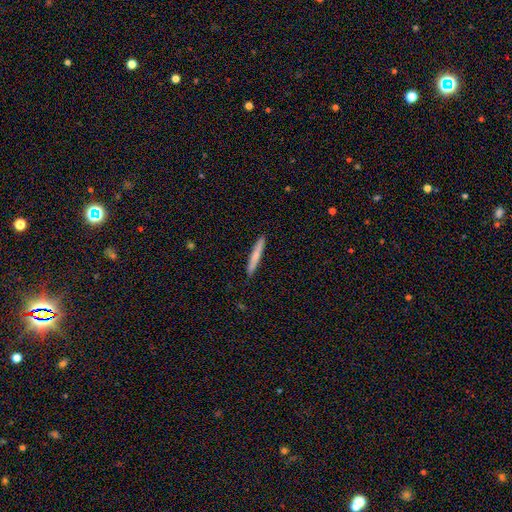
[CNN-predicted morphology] Smooth or featured: smooth — 69% (featured or disk — 26%)
How rounded: cigar-shaped — 95% (in between — 3%)
Merging: none — 91% (minor disturbance — 6%)